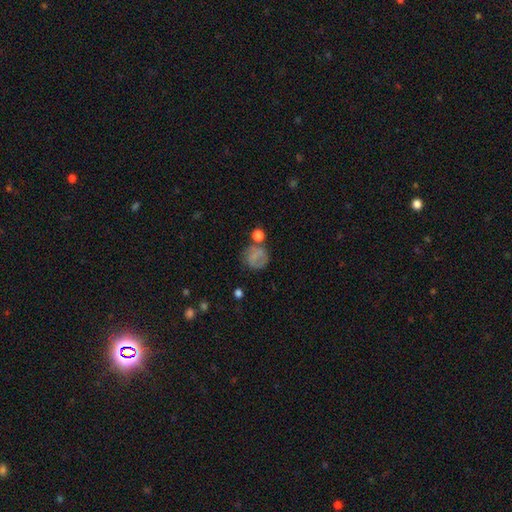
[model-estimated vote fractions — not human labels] Smooth or featured? Predicted: smooth (p=0.64). How rounded? Predicted: round (p=0.82). Merging? Predicted: none (p=0.56).